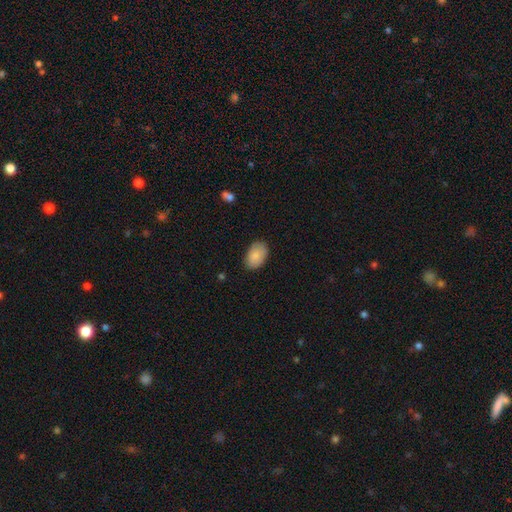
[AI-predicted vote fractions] smooth_or_featured: smooth (p=0.87) [alt: star or artifact p=0.06]
how_rounded: in between (p=0.89) [alt: round p=0.09]
merging: none (p=0.82) [alt: minor disturbance p=0.14]